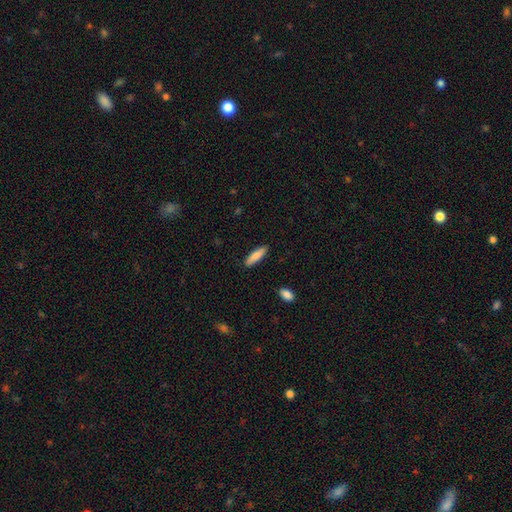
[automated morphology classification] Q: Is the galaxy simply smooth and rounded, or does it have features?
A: smooth — 82%.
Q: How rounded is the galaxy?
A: cigar-shaped — 65%.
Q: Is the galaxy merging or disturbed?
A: none — 88%.